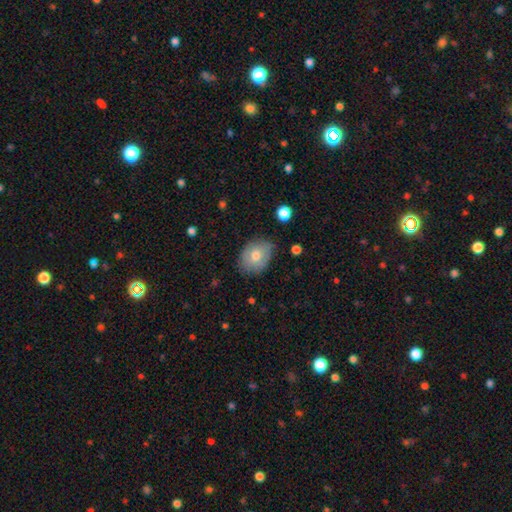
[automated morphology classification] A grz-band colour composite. It shows a smooth galaxy with no disk features (70%) that is in between round and cigar-shaped (67%). Merging: none (76%).